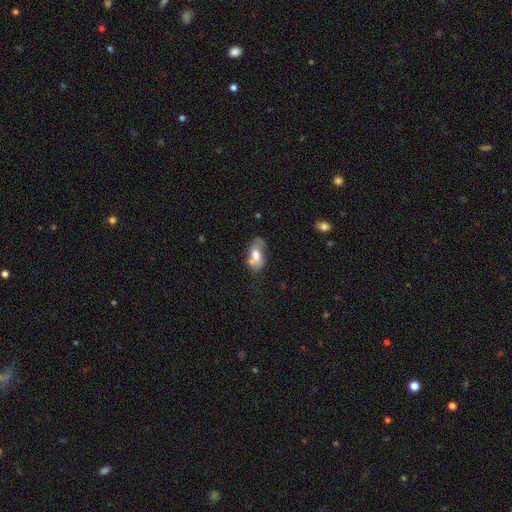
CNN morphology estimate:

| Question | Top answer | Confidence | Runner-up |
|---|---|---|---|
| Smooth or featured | smooth | 61% | featured or disk (31%) |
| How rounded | in between | 89% | round (7%) |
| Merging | none | 33% | minor disturbance (27%) |